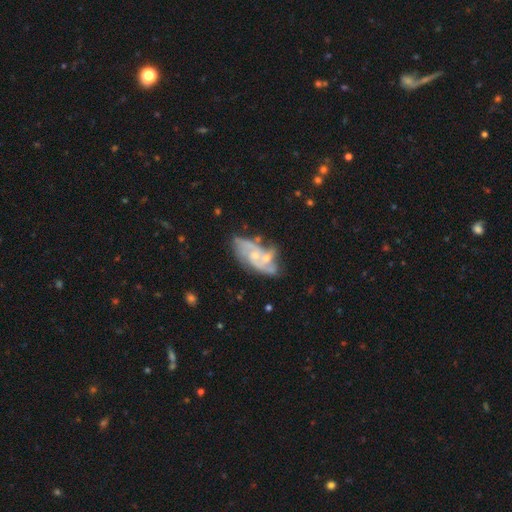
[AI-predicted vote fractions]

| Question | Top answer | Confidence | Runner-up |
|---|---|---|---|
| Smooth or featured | featured or disk | 76% | smooth (16%) |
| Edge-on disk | no | 94% | yes (6%) |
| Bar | no | 68% | weak (26%) |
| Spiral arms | yes | 83% | no (17%) |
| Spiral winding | medium | 44% | tight (28%) |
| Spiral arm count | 2 | 38% | can't tell (26%) |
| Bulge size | small | 58% | moderate (35%) |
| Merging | none | 40% | merger (28%) |